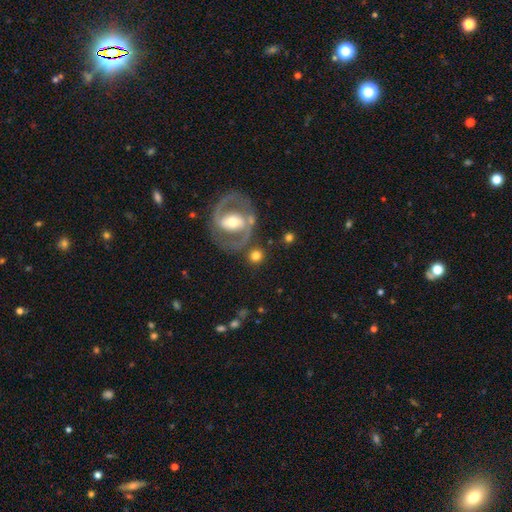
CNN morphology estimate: Smooth or featured?
  - smooth: 55% *
  - featured or disk: 37%
  - star or artifact: 8%
How rounded?
  - round: 85% *
  - in between: 13%
  - cigar-shaped: 2%
Merging?
  - none: 75% *
  - minor disturbance: 11%
  - merger: 8%
  - major disturbance: 6%